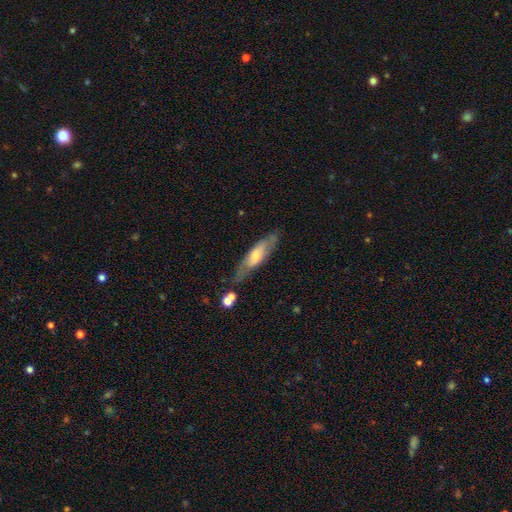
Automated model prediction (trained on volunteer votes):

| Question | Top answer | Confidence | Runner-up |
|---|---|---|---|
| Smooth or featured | featured or disk | 47% | smooth (46%) |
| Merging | none | 70% | minor disturbance (19%) |